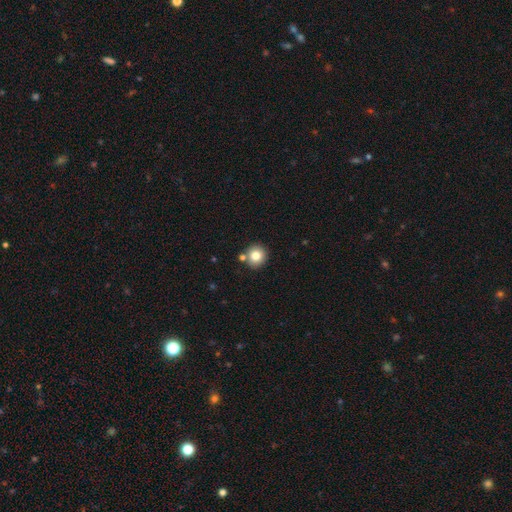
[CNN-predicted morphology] smooth_or_featured: smooth (p=0.80) [alt: star or artifact p=0.11]
how_rounded: round (p=0.92) [alt: in between p=0.07]
merging: none (p=0.79) [alt: merger p=0.11]